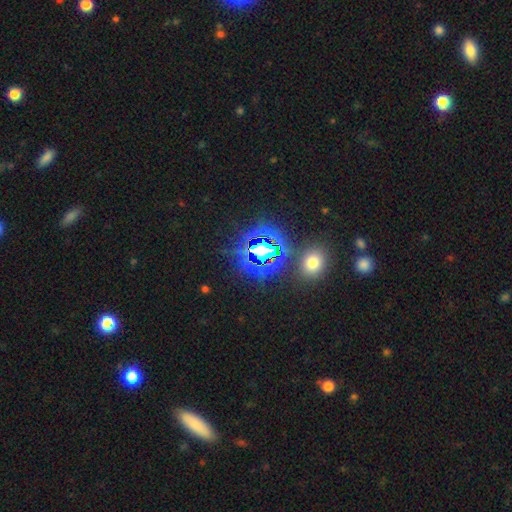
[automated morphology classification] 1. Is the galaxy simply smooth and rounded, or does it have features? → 75% star or artifact, 17% smooth, 8% featured or disk.